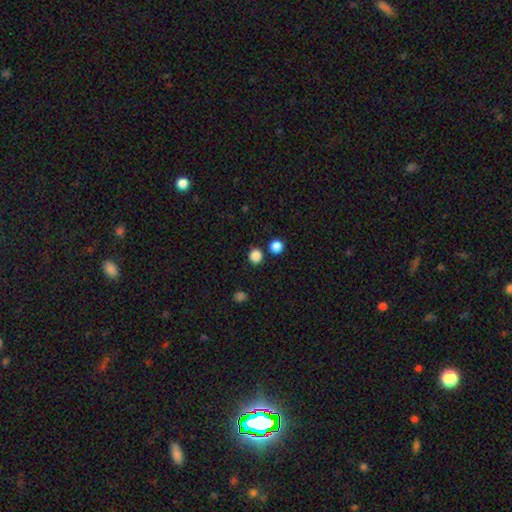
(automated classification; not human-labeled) smooth-or-featured: smooth: 85% | star or artifact: 12% | featured or disk: 3%
  how-rounded: round: 90% | in between: 9% | cigar-shaped: 1%
  merging: none: 85% | minor disturbance: 6% | merger: 6% | major disturbance: 2%